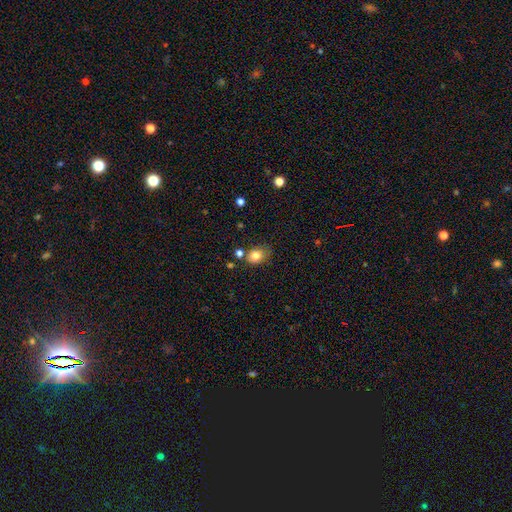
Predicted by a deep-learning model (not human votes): This appears to be a smooth galaxy with no disk features (81%) that is round (50%). Merging: none (64%).